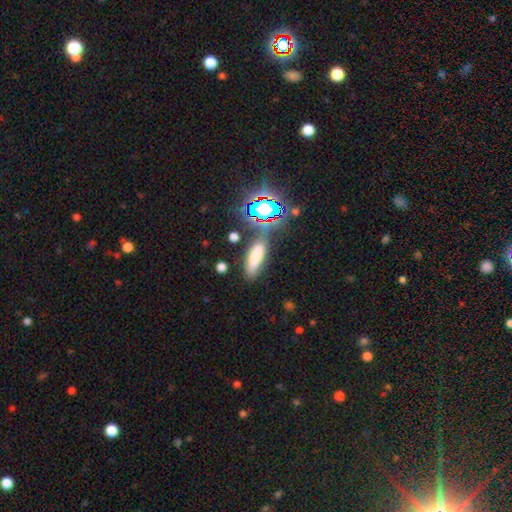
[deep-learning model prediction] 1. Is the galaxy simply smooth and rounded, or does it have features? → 65% smooth, 20% star or artifact, 15% featured or disk.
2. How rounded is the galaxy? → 49% in between, 46% cigar-shaped, 5% round.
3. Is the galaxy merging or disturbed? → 70% none, 15% minor disturbance, 9% merger, 6% major disturbance.